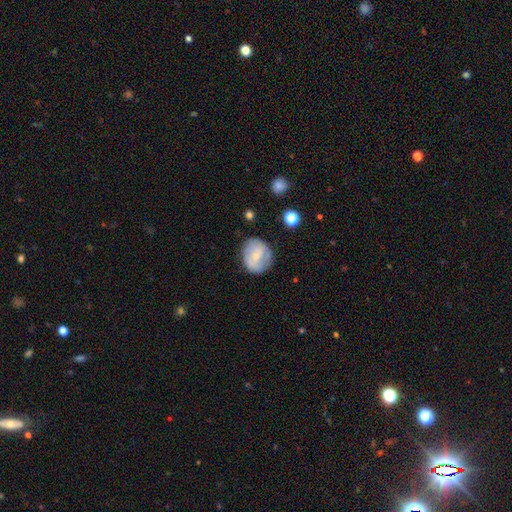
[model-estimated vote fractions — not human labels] Smooth or featured: smooth — 52% (featured or disk — 41%)
How rounded: round — 67% (in between — 32%)
Merging: none — 71% (minor disturbance — 20%)